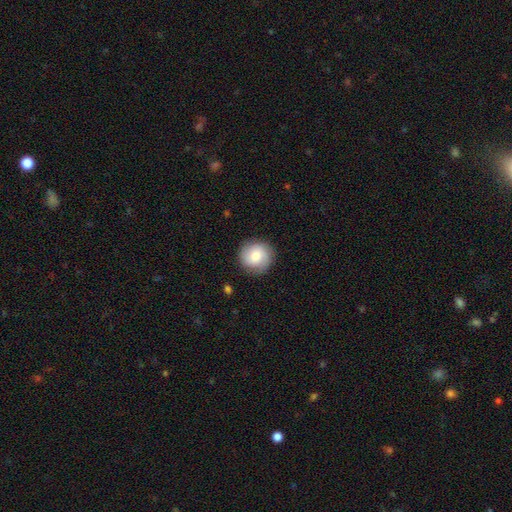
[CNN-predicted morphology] This is likely a smooth galaxy (73%). How rounded: clearly round (92%). Merging: clearly none (86%).